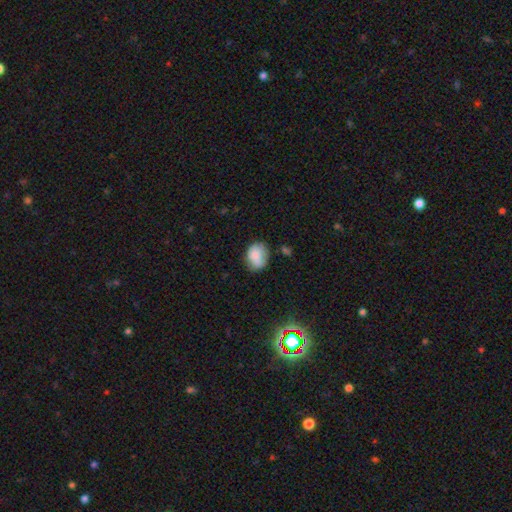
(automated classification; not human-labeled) smooth_or_featured: smooth (p=0.80) [alt: featured or disk p=0.12]
how_rounded: in between (p=0.55) [alt: round p=0.44]
merging: none (p=0.59) [alt: minor disturbance p=0.29]